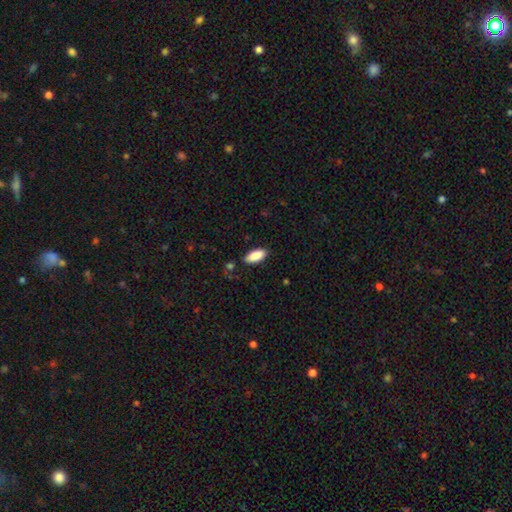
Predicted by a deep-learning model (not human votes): Smooth or featured? Predicted: smooth (p=0.89). How rounded? Predicted: in between (p=0.87). Merging? Predicted: none (p=0.84).